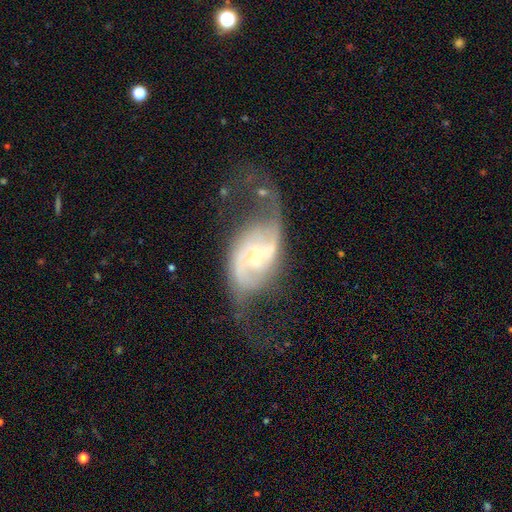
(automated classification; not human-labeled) A featured or disk galaxy (86%) with no bar (43%), 2 (87%) loose (47%) spiral arms (94%) and a small central bulge (61%). Merging: none (50%).